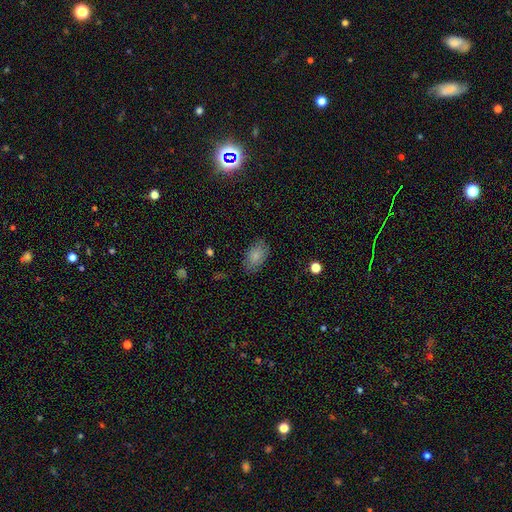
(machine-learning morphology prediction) Q: Smooth or featured?
A: smooth (81%); runner-up: featured or disk (11%)
Q: How rounded?
A: in between (90%); runner-up: round (9%)
Q: Merging?
A: none (80%); runner-up: minor disturbance (15%)